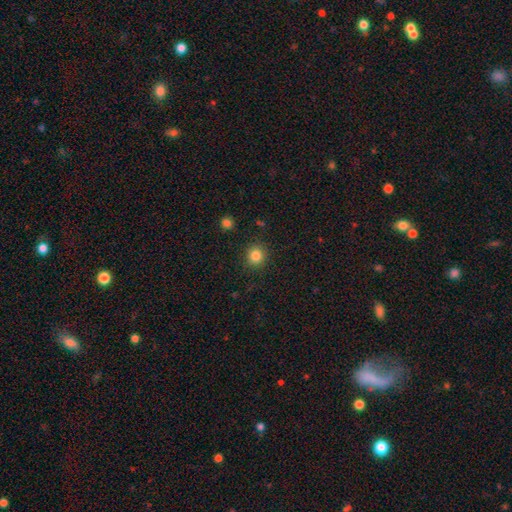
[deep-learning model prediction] This is clearly a smooth galaxy (84%). How rounded: clearly round (87%). Merging: clearly none (89%).